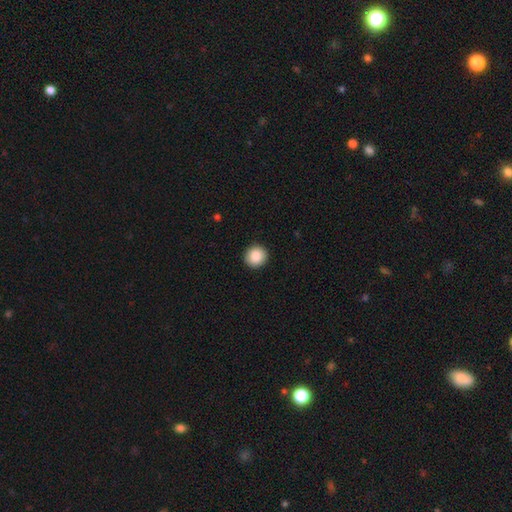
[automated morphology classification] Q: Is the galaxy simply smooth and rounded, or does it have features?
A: smooth — 88%.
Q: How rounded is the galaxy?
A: round — 92%.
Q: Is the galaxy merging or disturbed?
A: none — 93%.